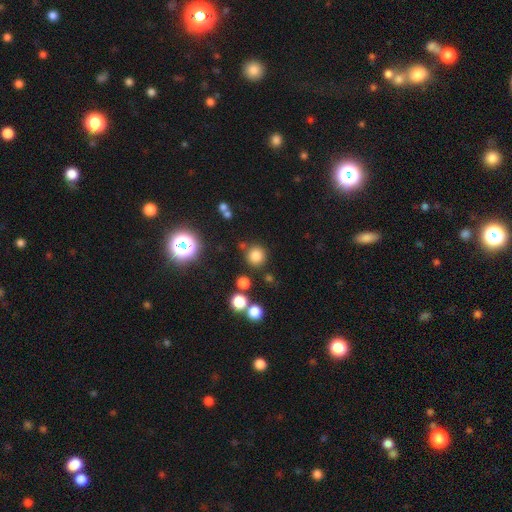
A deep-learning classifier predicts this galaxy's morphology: This is likely a smooth galaxy (78%). How rounded: clearly round (92%). Merging: clearly none (83%).